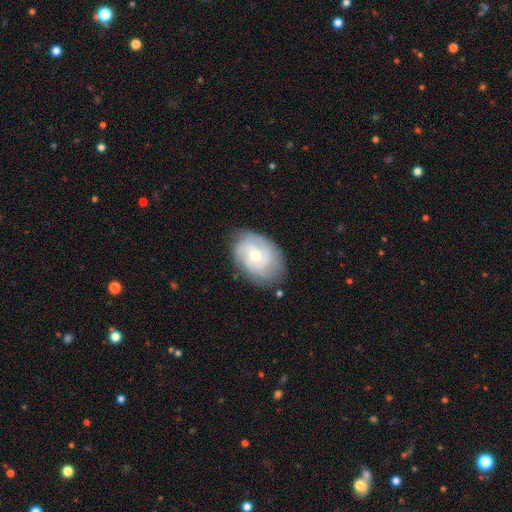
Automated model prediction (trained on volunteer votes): This is likely a featured or disk galaxy (72%). It is clearly not viewed edge-on (97%). Bar: likely no (66%). Spiral arm pattern: clearly yes (88%). Spiral arm count: marginally can't tell (44%). Spiral winding: likely tight (62%). Central bulge: possibly moderate (52%). Merging: likely none (72%).